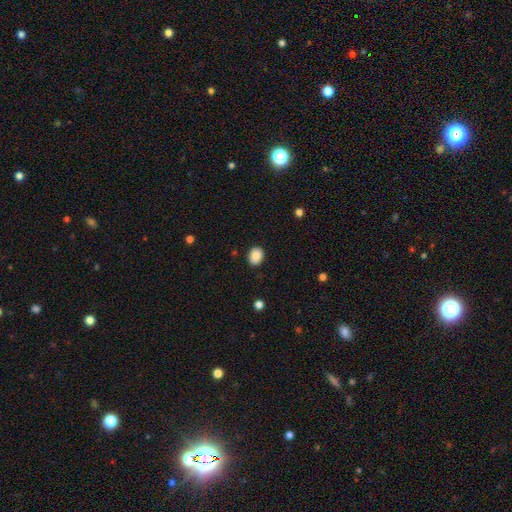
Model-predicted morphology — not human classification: The model was most divided on "how rounded": round: 51%, in between: 48%, cigar-shaped: 1%. More confident: merging — none (88%); smooth or featured — smooth (84%).